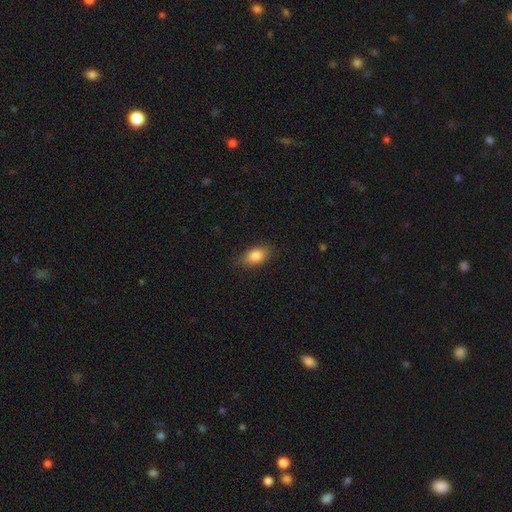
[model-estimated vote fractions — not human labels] smooth 83%, featured or disk 9%, star or artifact 8%. Down the decision tree: how rounded — in between (85%); merging — none (81%).